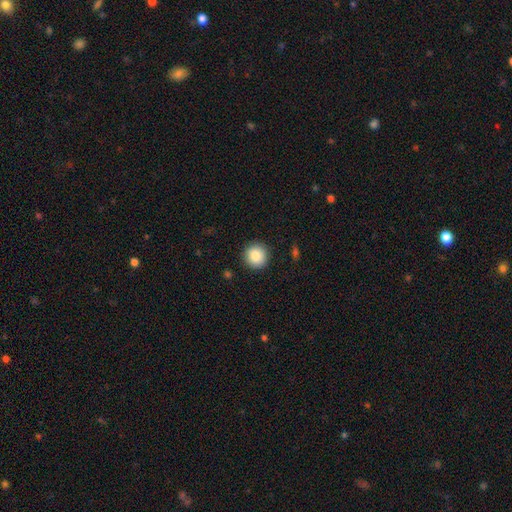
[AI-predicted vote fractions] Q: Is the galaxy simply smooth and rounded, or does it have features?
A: smooth — 86%.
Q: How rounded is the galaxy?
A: round — 93%.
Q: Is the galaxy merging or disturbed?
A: none — 90%.